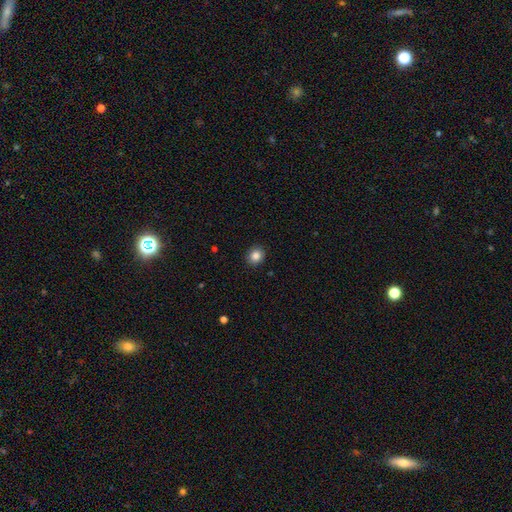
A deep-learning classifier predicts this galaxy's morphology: Smooth or featured?
  - smooth: 85% *
  - star or artifact: 10%
  - featured or disk: 5%
How rounded?
  - round: 72% *
  - in between: 27%
  - cigar-shaped: 1%
Merging?
  - none: 91% *
  - minor disturbance: 6%
  - major disturbance: 2%
  - merger: 1%